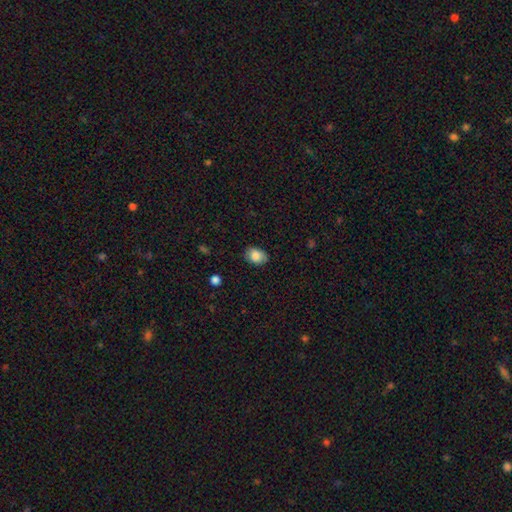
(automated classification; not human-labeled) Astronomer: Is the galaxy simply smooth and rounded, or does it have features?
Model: smooth — 84%.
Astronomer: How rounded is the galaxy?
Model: in between — 73%.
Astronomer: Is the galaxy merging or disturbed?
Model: none — 78%.